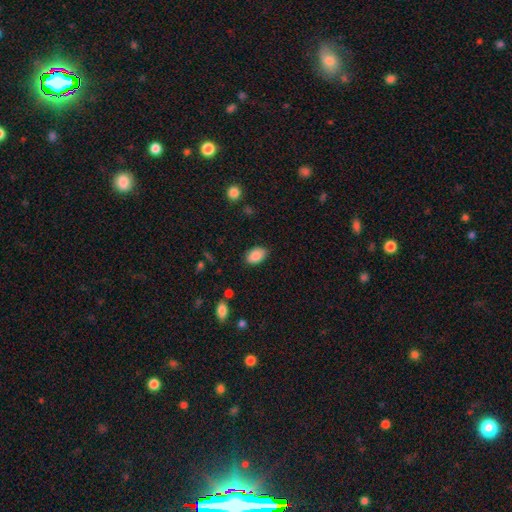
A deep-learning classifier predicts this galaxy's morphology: The model was most divided on "merging": none: 82%, minor disturbance: 14%, major disturbance: 3%, merger: 1%. More confident: how rounded — in between (90%); smooth or featured — smooth (88%).